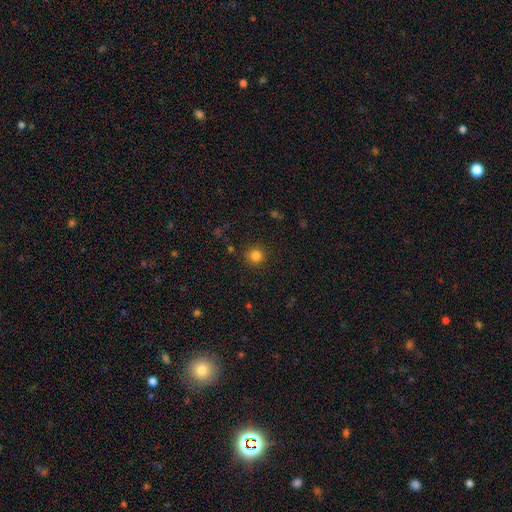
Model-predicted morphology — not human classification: smooth-or-featured: smooth: 82% | star or artifact: 13% | featured or disk: 5%
  how-rounded: round: 93% | in between: 6% | cigar-shaped: 1%
  merging: none: 90% | minor disturbance: 7% | major disturbance: 2% | merger: 1%